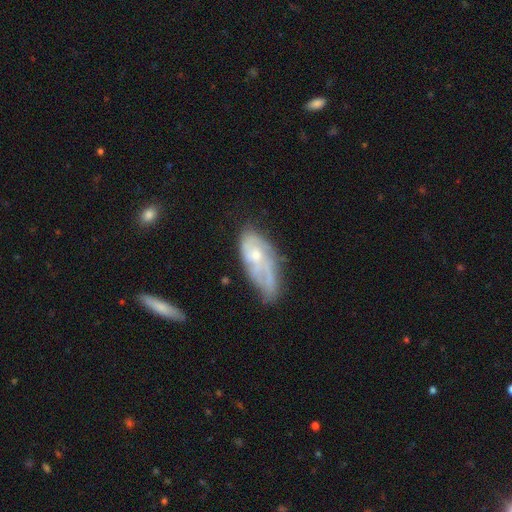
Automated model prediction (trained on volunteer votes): featured or disk 60%, smooth 33%, star or artifact 7%. Down the decision tree: edge-on disk — no (90%); bar — no (77%); spiral arms — yes (68%); bulge size — small (56%); merging — none (41%).